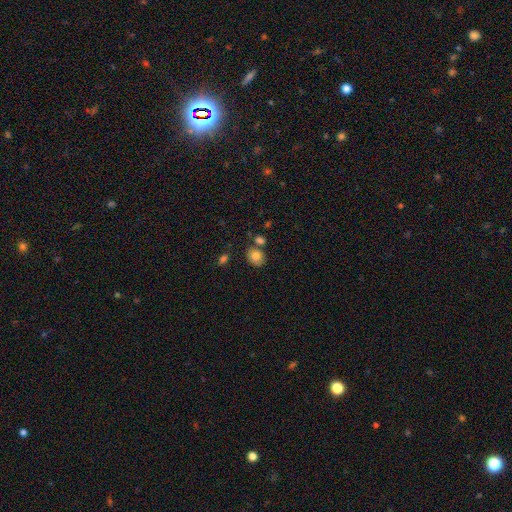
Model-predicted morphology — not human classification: This is likely a smooth galaxy (79%). How rounded: possibly round (50%). Merging: likely none (66%).